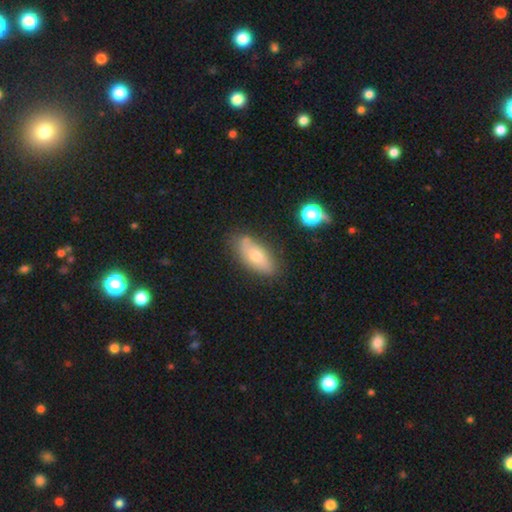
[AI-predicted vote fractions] smooth-or-featured: smooth: 65% | featured or disk: 27% | star or artifact: 8%
  how-rounded: in between: 81% | cigar-shaped: 16% | round: 3%
  merging: none: 72% | minor disturbance: 19% | merger: 5% | major disturbance: 4%